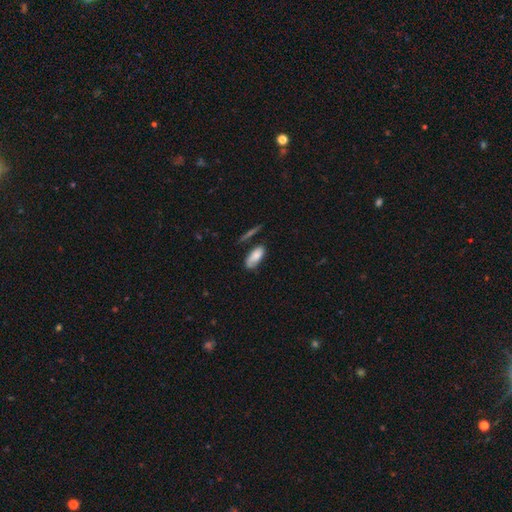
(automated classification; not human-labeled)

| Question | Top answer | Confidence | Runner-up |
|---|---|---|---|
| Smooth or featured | smooth | 79% | featured or disk (15%) |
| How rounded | in between | 83% | cigar-shaped (15%) |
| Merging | none | 58% | minor disturbance (26%) |